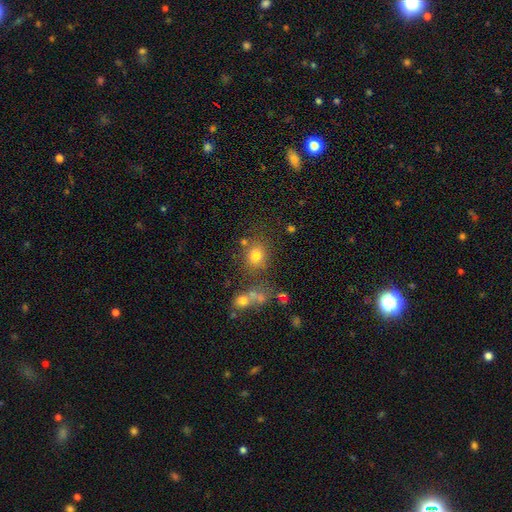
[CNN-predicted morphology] Smooth or featured? Predicted: smooth (p=0.75). How rounded? Predicted: round (p=0.74). Merging? Predicted: none (p=0.69).